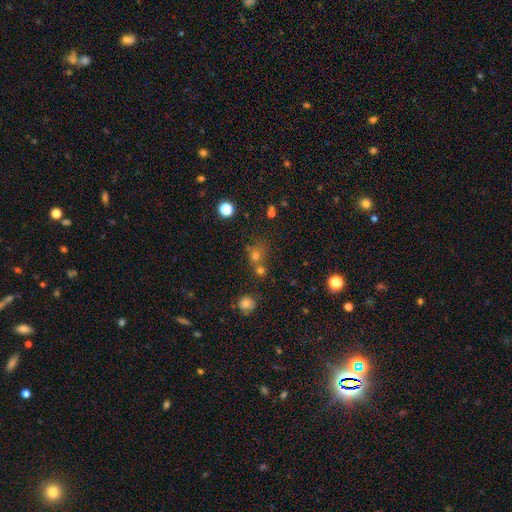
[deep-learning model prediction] A smooth galaxy with no disk features (58%) that is round (79%). Merging: none (56%).